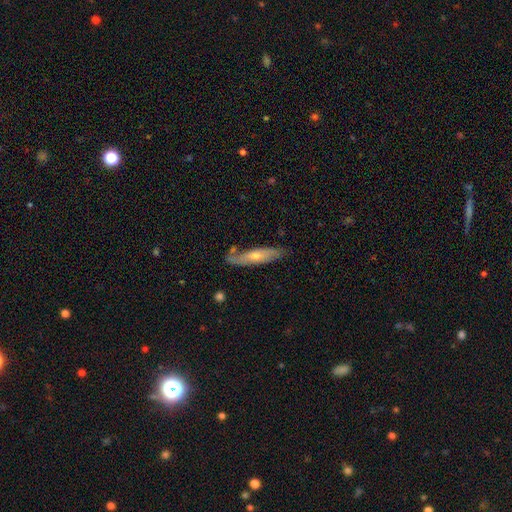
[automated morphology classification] Smooth or featured?
  - featured or disk: 50% *
  - smooth: 44%
  - star or artifact: 6%
Edge-on disk?
  - yes: 63% *
  - no: 37%
Merging?
  - none: 73% *
  - minor disturbance: 18%
  - major disturbance: 4%
  - merger: 4%